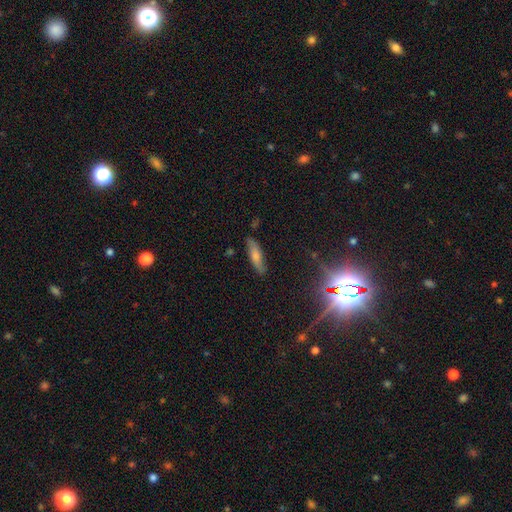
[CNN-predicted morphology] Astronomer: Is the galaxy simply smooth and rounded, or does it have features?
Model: smooth — 67%.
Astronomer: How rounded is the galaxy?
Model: cigar-shaped — 58% (runner-up: in between, 40%).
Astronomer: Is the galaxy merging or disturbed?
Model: none — 82%.